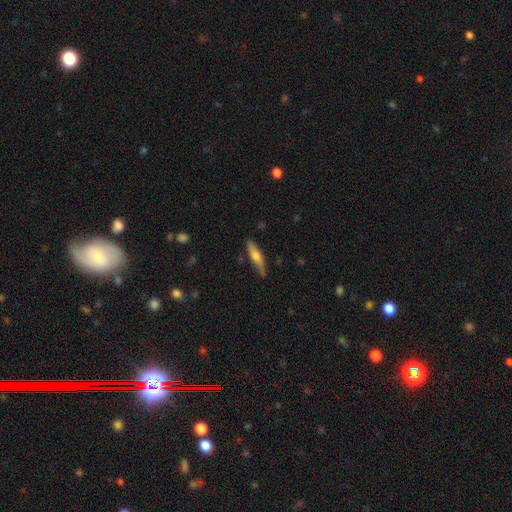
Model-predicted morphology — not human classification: A smooth galaxy with no disk features (53%) that is cigar-shaped (79%).

Vote fractions:
- Smooth or featured? smooth: 53% / featured or disk: 41% / star or artifact: 6%
- How rounded? cigar-shaped: 79% / in between: 19% / round: 2%
- Merging? none: 81% / minor disturbance: 15% / major disturbance: 2% / merger: 2%